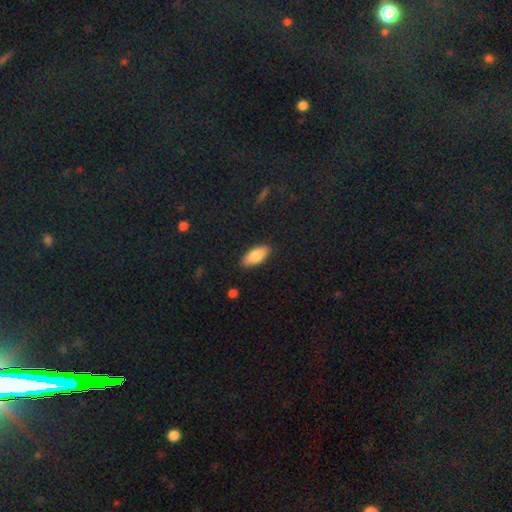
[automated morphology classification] This is clearly a smooth galaxy (83%). How rounded: clearly in between (86%). Merging: clearly none (87%).